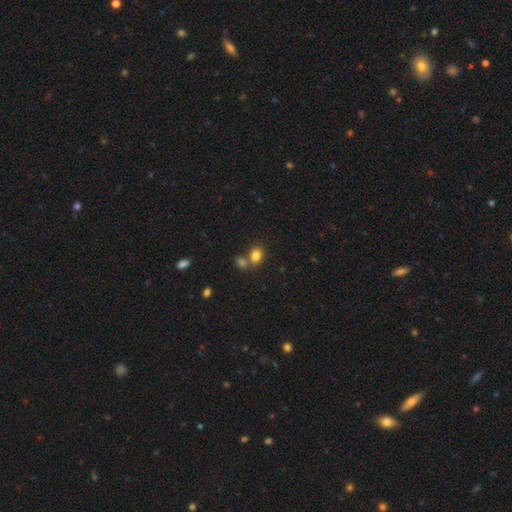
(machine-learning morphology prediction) A smooth galaxy with no disk features (82%) that is round (54%). Merging: none (54%).